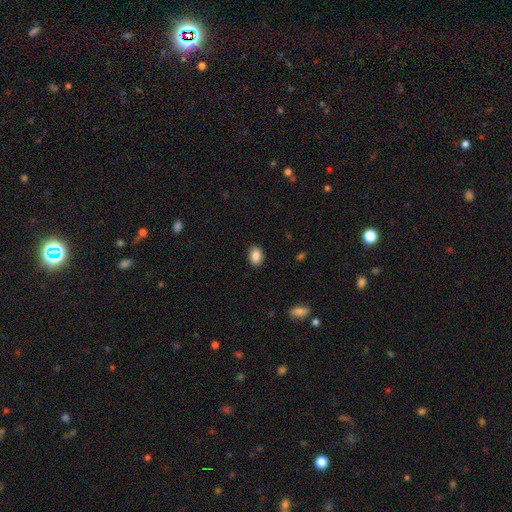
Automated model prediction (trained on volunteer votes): This appears to be a smooth galaxy with no disk features (87%) that is in between round and cigar-shaped (77%). Merging: none (88%).